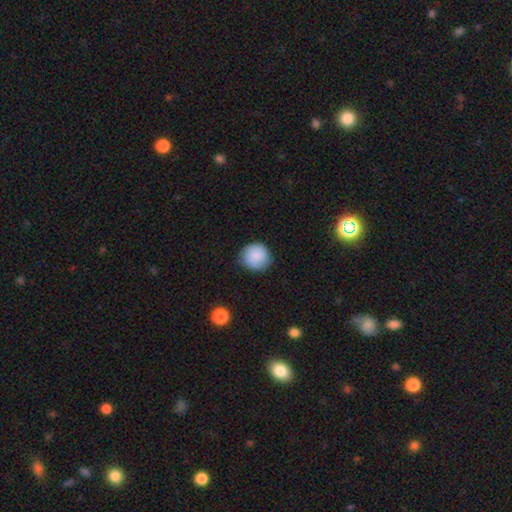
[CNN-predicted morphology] Smooth or featured: smooth — 85% (featured or disk — 7%)
How rounded: round — 91% (in between — 8%)
Merging: none — 82% (minor disturbance — 14%)